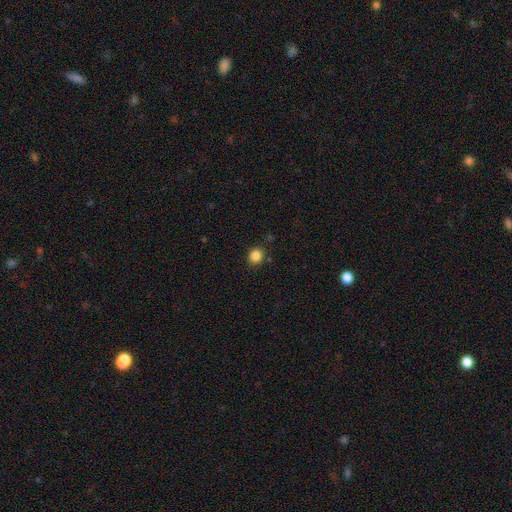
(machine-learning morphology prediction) This is clearly a smooth galaxy (86%). How rounded: likely round (75%). Merging: clearly none (86%).